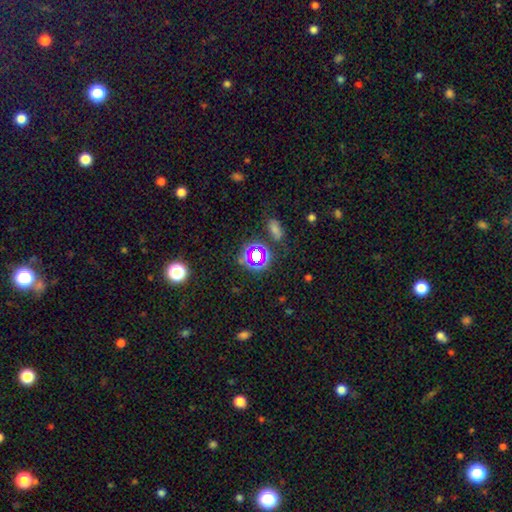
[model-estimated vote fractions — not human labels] This appears to be a star or artifact, not a galaxy (61%).